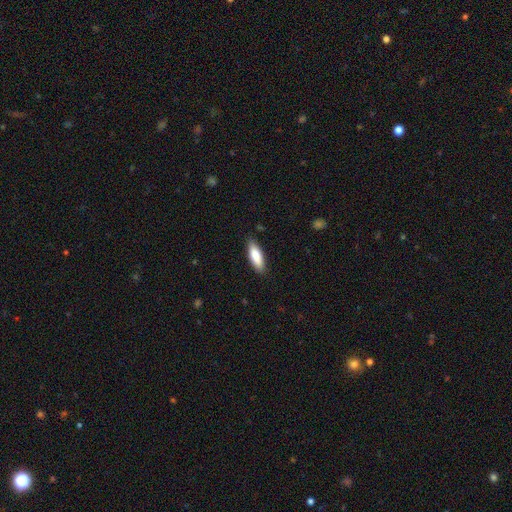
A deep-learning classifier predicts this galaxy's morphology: smooth-or-featured: smooth: 83% | featured or disk: 11% | star or artifact: 6%
  how-rounded: in between: 58% | cigar-shaped: 41% | round: 2%
  merging: none: 86% | minor disturbance: 11% | major disturbance: 2% | merger: 1%